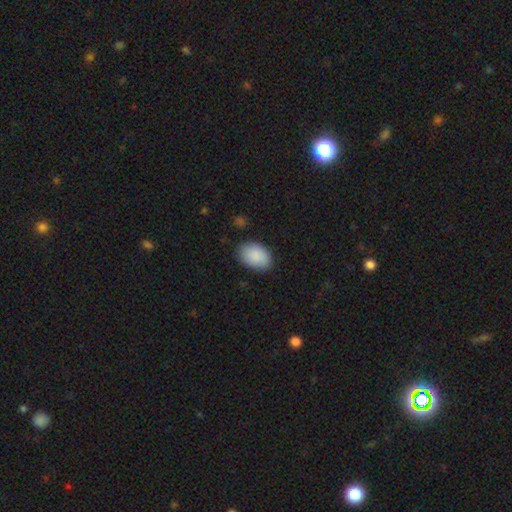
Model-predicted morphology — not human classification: A smooth galaxy with no disk features (90%) that is in between round and cigar-shaped (85%).

Vote fractions:
- Smooth or featured? smooth: 90% / star or artifact: 6% / featured or disk: 4%
- How rounded? in between: 85% / round: 14% / cigar-shaped: 1%
- Merging? none: 84% / minor disturbance: 12% / major disturbance: 3% / merger: 1%